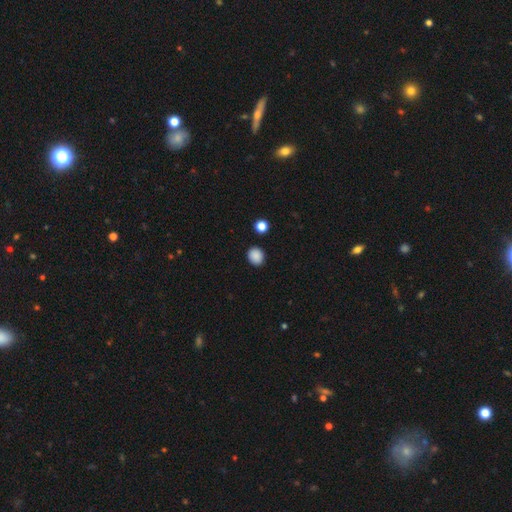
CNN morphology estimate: This is clearly a smooth galaxy (88%). How rounded: likely round (71%). Merging: clearly none (89%).